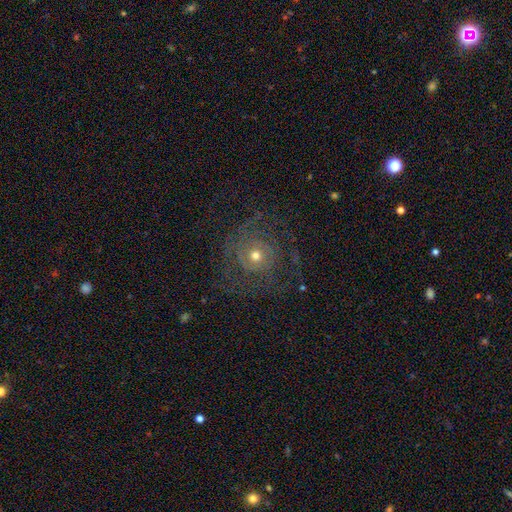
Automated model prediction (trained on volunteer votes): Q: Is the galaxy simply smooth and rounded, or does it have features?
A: featured or disk — 64%.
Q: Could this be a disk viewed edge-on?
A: no — 97%.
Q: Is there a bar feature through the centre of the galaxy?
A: no — 84%.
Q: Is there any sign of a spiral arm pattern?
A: yes — 72%.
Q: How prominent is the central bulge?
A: moderate — 59%.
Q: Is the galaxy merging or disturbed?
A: none — 67%.